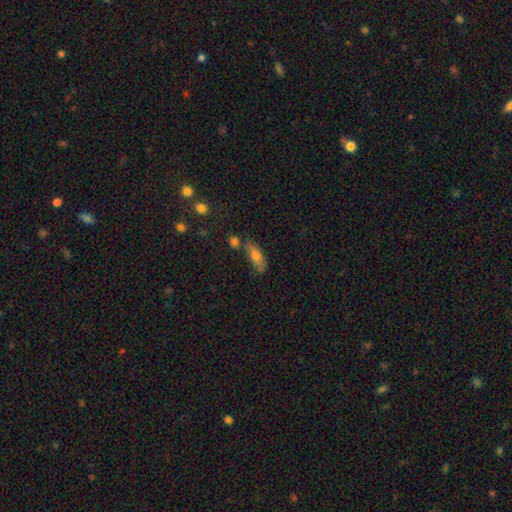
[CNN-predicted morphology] The model was most divided on "merging": none: 52%, minor disturbance: 22%, merger: 18%, major disturbance: 7%. More confident: smooth or featured — smooth (72%); how rounded — in between (71%).